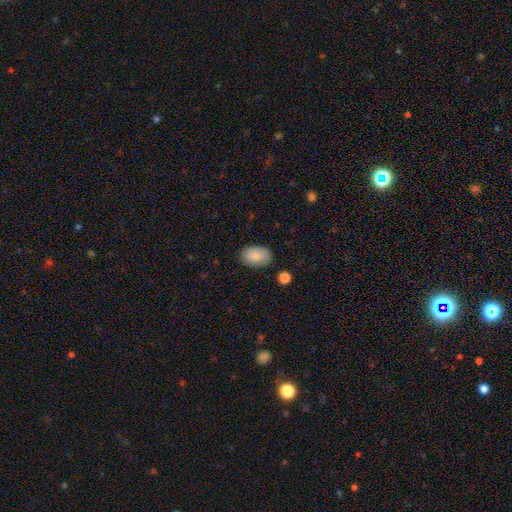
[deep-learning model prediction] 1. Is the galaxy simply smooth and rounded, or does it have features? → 83% smooth, 10% featured or disk, 7% star or artifact.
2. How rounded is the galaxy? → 86% in between, 13% round, 1% cigar-shaped.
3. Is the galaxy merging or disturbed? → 83% none, 13% minor disturbance, 3% major disturbance, 2% merger.